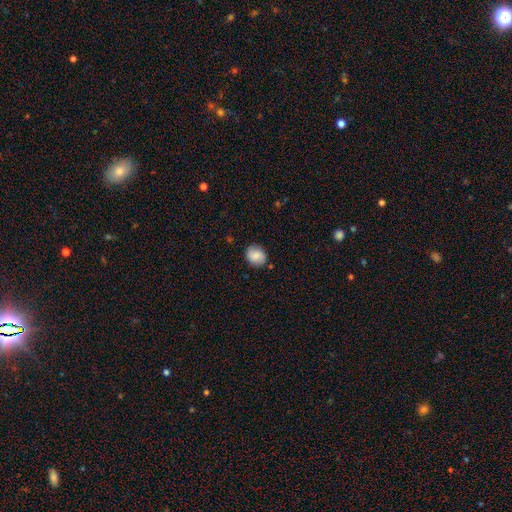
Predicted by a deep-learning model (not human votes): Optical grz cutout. It shows a smooth galaxy with no disk features (73%) that is round (64%). Merging: none (81%).